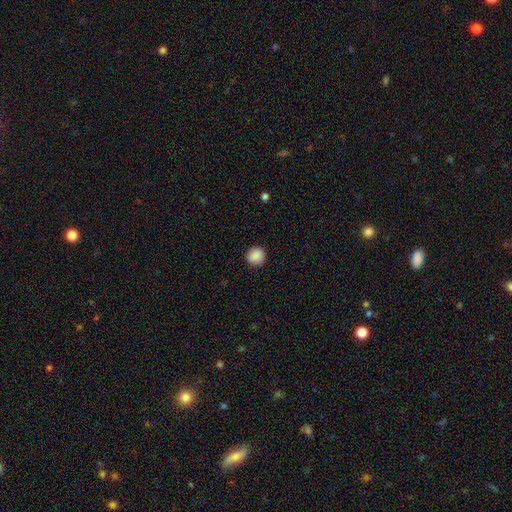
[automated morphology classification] smooth 88%, star or artifact 9%, featured or disk 3%. Down the decision tree: how rounded — round (90%); merging — none (90%).